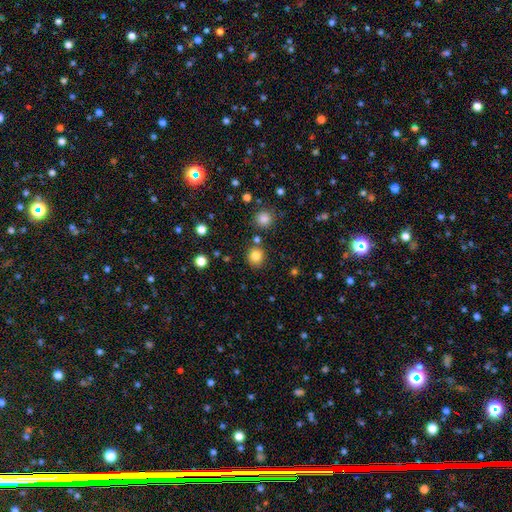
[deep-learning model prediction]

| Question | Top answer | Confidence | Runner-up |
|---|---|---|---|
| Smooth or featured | smooth | 82% | star or artifact (12%) |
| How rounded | round | 86% | in between (13%) |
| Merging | none | 82% | minor disturbance (8%) |